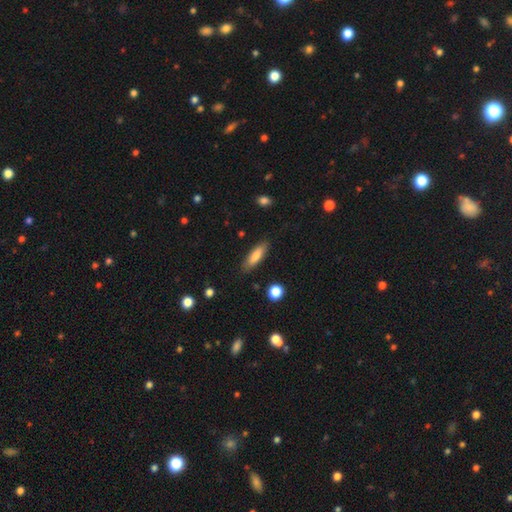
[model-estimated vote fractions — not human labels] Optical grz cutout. It shows a smooth galaxy with no disk features (80%) that is cigar-shaped (58%). Merging: none (85%).